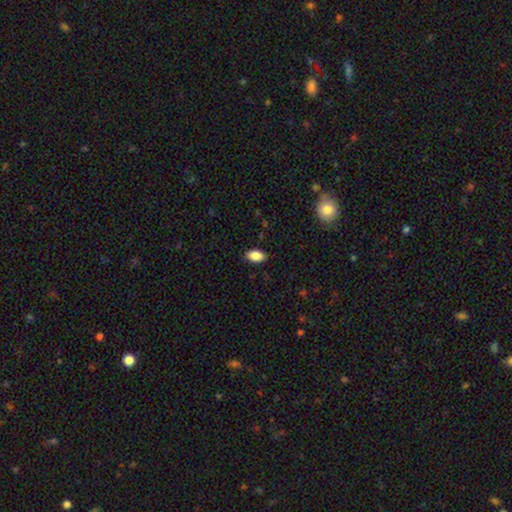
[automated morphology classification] Smooth or featured?
  - smooth: 88% *
  - star or artifact: 8%
  - featured or disk: 5%
How rounded?
  - in between: 93% *
  - round: 5%
  - cigar-shaped: 2%
Merging?
  - none: 87% *
  - minor disturbance: 10%
  - major disturbance: 2%
  - merger: 1%